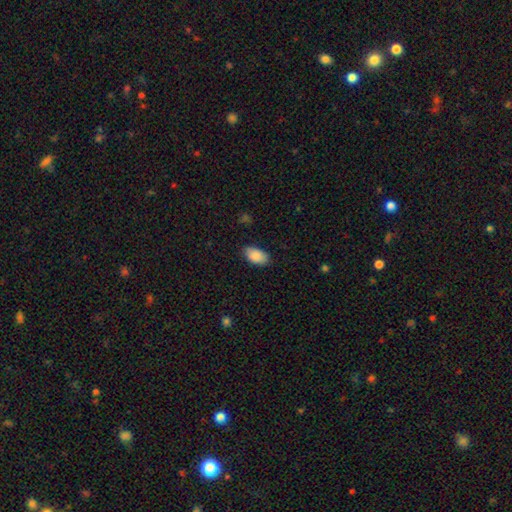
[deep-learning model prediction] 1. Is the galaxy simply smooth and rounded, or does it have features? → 88% smooth, 6% star or artifact, 5% featured or disk.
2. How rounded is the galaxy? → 94% in between, 4% round, 2% cigar-shaped.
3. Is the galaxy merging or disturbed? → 84% none, 12% minor disturbance, 2% major disturbance, 1% merger.